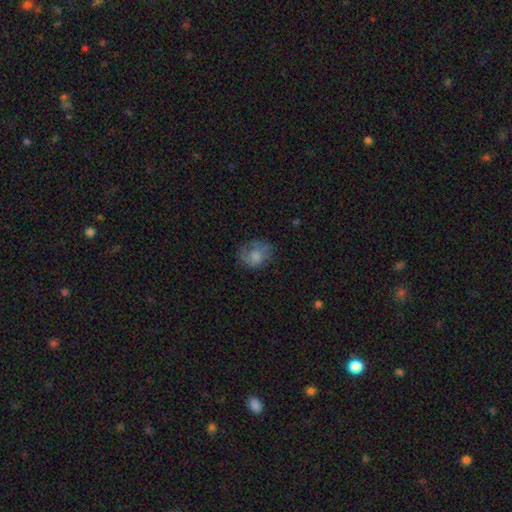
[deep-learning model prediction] This appears to be a smooth galaxy with no disk features (72%) that is round (56%). Merging: none (59%).